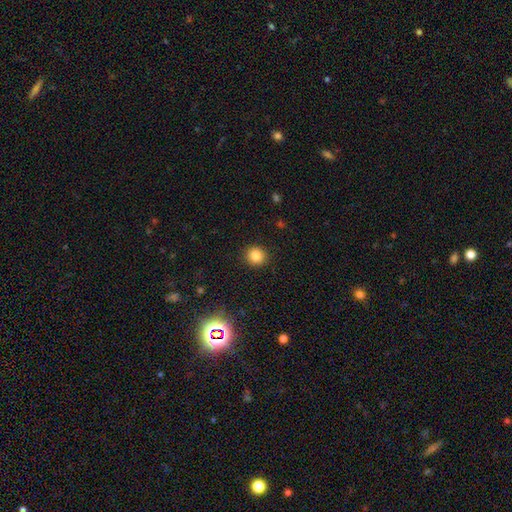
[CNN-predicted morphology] A smooth galaxy with no disk features (83%) that is round (90%). Merging: none (91%).